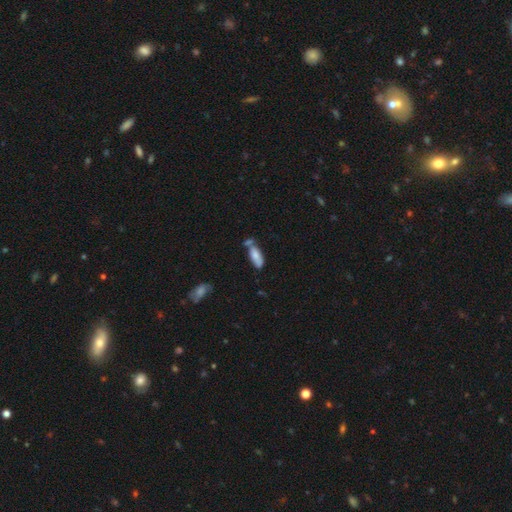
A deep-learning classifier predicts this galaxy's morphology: A smooth galaxy with no disk features (75%) that is in between round and cigar-shaped (79%).

Vote fractions:
- Smooth or featured? smooth: 75% / featured or disk: 18% / star or artifact: 7%
- How rounded? in between: 79% / cigar-shaped: 19% / round: 2%
- Merging? none: 44% / merger: 32% / minor disturbance: 19% / major disturbance: 6%